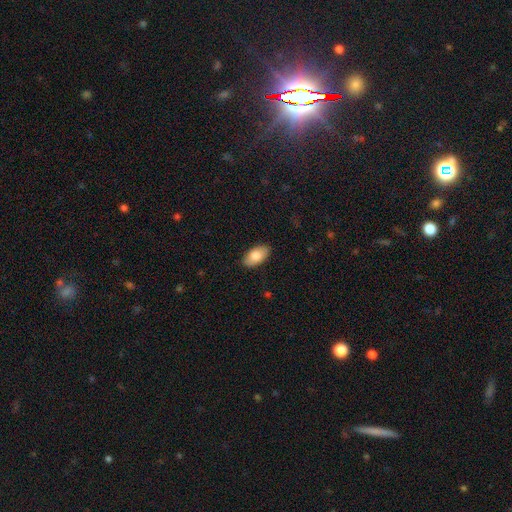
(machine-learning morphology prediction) smooth-or-featured: smooth: 83% | featured or disk: 11% | star or artifact: 6%
  how-rounded: in between: 94% | round: 3% | cigar-shaped: 3%
  merging: none: 88% | minor disturbance: 9% | major disturbance: 2% | merger: 1%